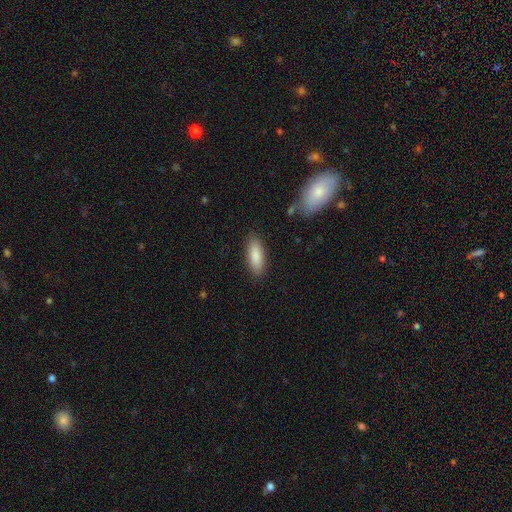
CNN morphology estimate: smooth_or_featured: smooth (p=0.86) [alt: featured or disk p=0.08]
how_rounded: in between (p=0.68) [alt: cigar-shaped p=0.30]
merging: none (p=0.86) [alt: minor disturbance p=0.10]